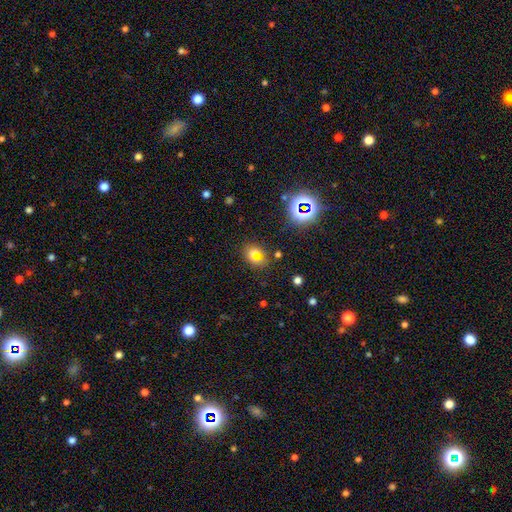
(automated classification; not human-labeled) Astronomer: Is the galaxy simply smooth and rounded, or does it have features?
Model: smooth — 46% (runner-up: star or artifact, 36%).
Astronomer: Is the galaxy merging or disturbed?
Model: none — 66%.